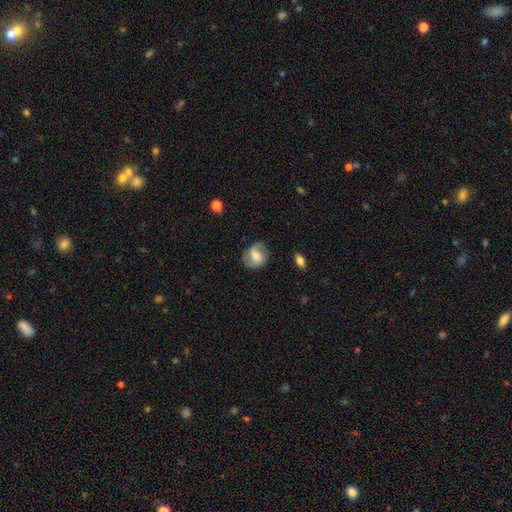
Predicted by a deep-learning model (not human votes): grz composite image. It shows a featured or disk galaxy (53%) with a weak bar (46%), spiral arms (83%) and a moderate central bulge (54%). Merging: none (71%).